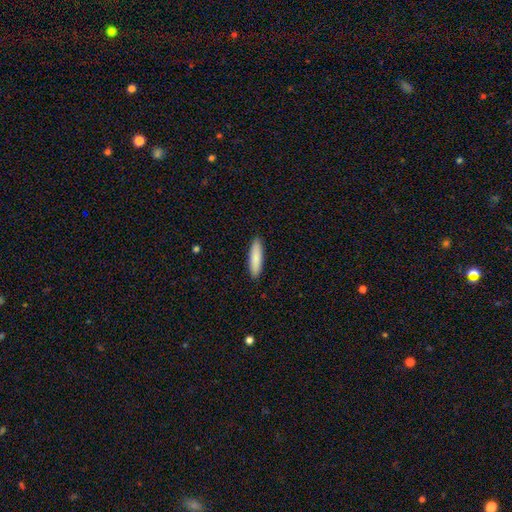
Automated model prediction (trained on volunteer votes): Overall: smooth (86%). How rounded: cigar-shaped (75%). Merging: none (91%).